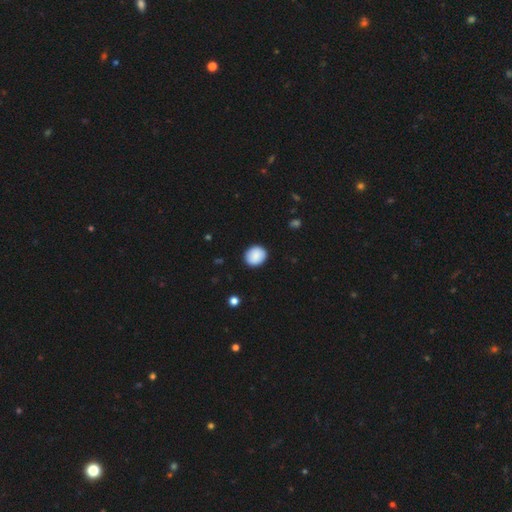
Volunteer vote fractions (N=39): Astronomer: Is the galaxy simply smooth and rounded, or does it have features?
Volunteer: smooth — 82%.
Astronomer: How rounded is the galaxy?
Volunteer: round — 62%.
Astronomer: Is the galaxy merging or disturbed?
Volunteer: none — 94%.